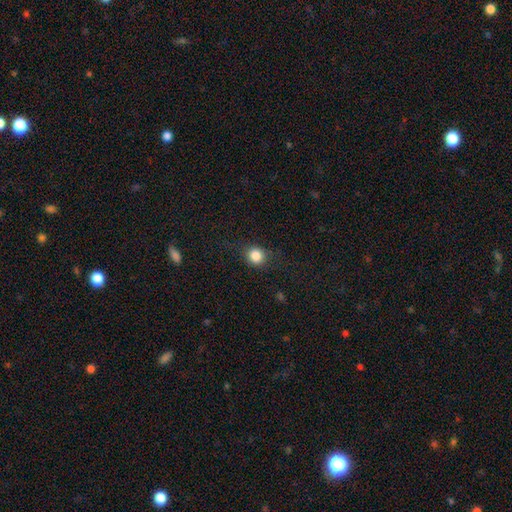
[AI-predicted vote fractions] Smooth or featured? smooth (83%)
How rounded? round (82%)
Merging? none (82%)